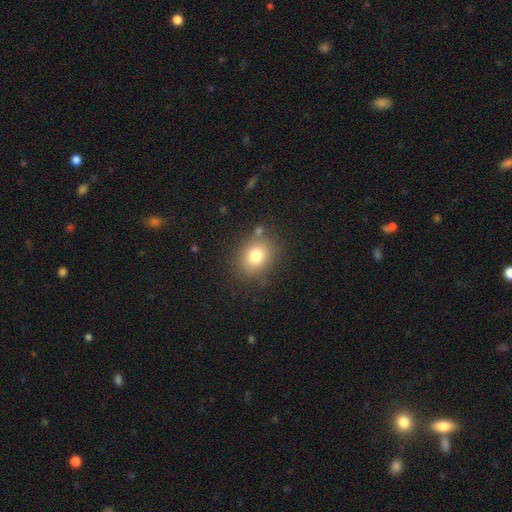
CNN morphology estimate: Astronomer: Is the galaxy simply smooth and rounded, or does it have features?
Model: smooth — 79%.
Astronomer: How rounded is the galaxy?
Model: round — 58% (runner-up: in between, 41%).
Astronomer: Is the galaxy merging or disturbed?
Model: none — 78%.